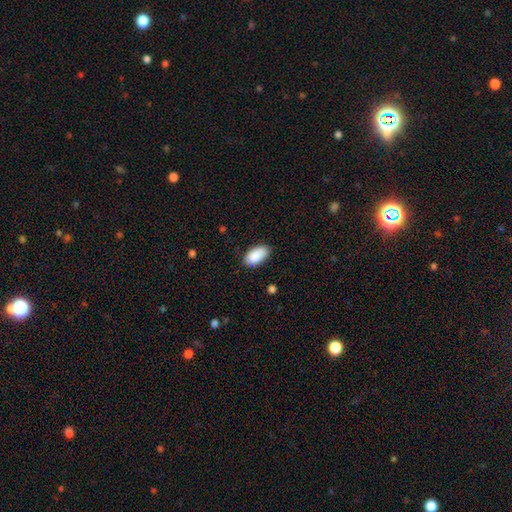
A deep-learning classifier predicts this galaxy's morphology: A smooth galaxy with no disk features (89%) that is in between round and cigar-shaped (95%).

Vote fractions:
- Smooth or featured? smooth: 89% / star or artifact: 6% / featured or disk: 5%
- How rounded? in between: 95% / round: 3% / cigar-shaped: 2%
- Merging? none: 82% / minor disturbance: 14% / major disturbance: 3% / merger: 1%